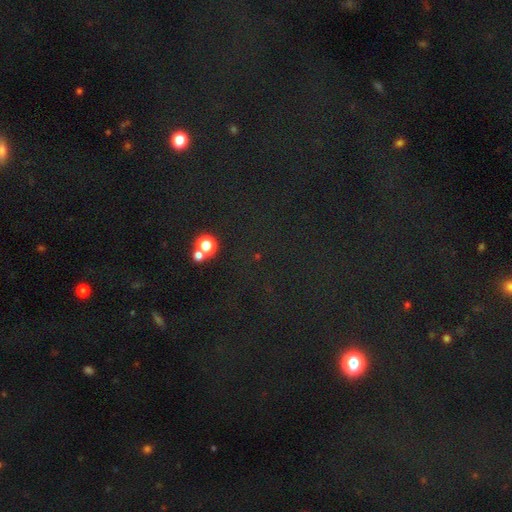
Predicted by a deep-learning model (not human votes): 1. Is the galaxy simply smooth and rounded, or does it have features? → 74% star or artifact, 18% smooth, 8% featured or disk.